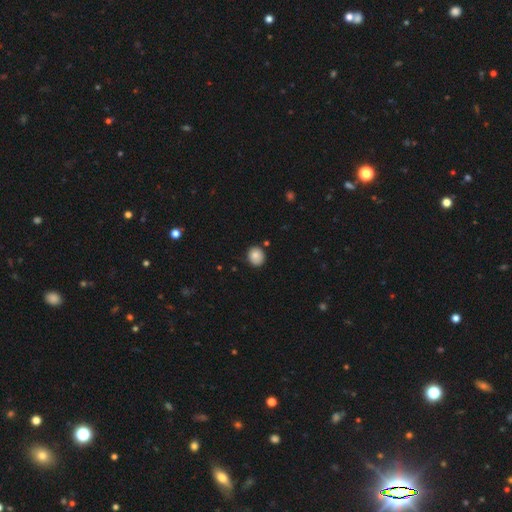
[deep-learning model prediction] smooth 84%, star or artifact 9%, featured or disk 7%. Down the decision tree: how rounded — round (73%); merging — none (81%).